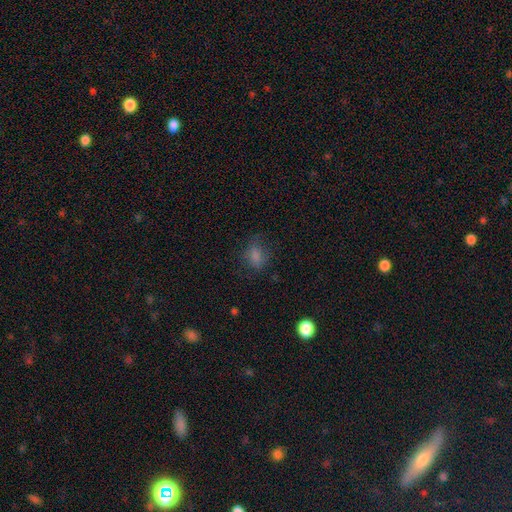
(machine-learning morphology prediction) Smooth or featured? Predicted: smooth (p=0.77). How rounded? Predicted: in between (p=0.71). Merging? Predicted: none (p=0.64).